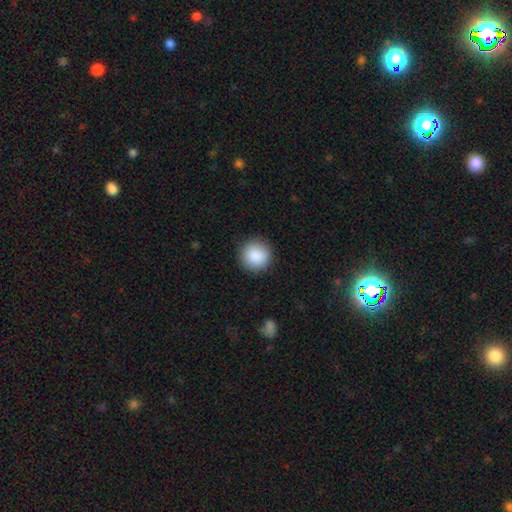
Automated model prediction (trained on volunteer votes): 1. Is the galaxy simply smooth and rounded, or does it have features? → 89% smooth, 8% star or artifact, 4% featured or disk.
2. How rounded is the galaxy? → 94% round, 5% in between, 1% cigar-shaped.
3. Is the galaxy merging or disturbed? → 91% none, 6% minor disturbance, 2% major disturbance, 1% merger.